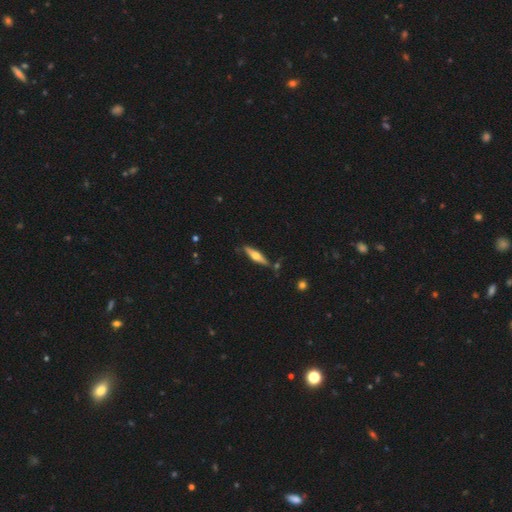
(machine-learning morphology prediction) featured or disk 59%, smooth 35%, star or artifact 5%. Down the decision tree: edge-on disk — yes (94%); edge-on bulge — rounded (93%); merging — none (82%).